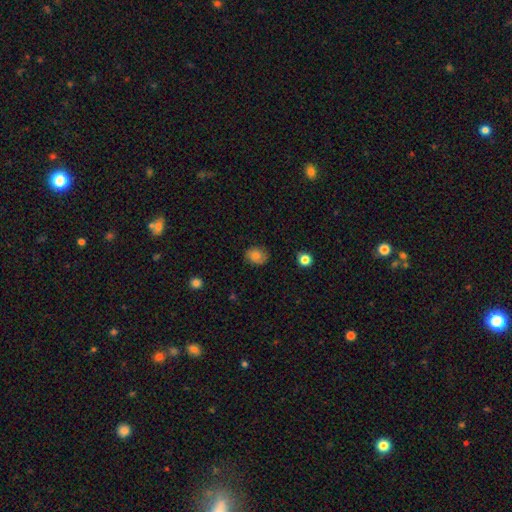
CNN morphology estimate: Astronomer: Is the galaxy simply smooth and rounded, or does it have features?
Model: smooth — 72%.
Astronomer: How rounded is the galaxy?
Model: round — 56% (runner-up: in between, 43%).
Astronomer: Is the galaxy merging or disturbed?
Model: none — 77%.